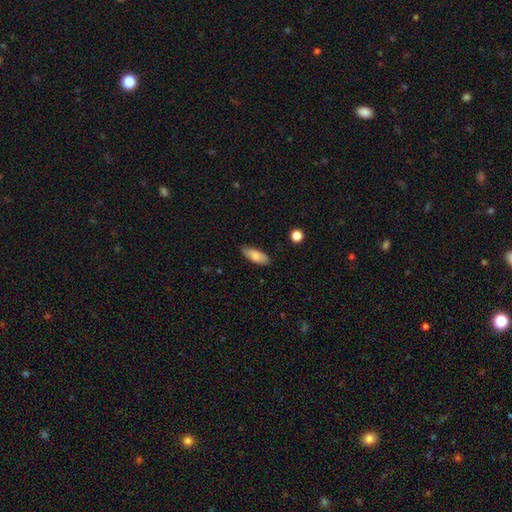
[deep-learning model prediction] A smooth galaxy with no disk features (82%) that is in between round and cigar-shaped (77%).

Vote fractions:
- Smooth or featured? smooth: 82% / featured or disk: 11% / star or artifact: 7%
- How rounded? in between: 77% / cigar-shaped: 21% / round: 2%
- Merging? none: 82% / minor disturbance: 14% / major disturbance: 2% / merger: 1%